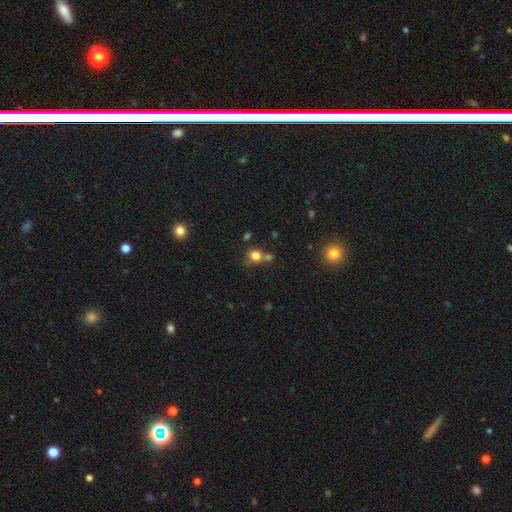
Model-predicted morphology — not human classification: The model was most divided on "merging": none: 53%, merger: 28%, minor disturbance: 13%, major disturbance: 6%. More confident: how rounded — round (79%); smooth or featured — smooth (78%).